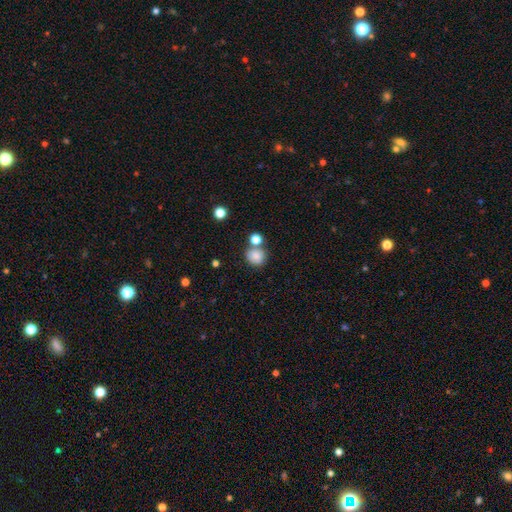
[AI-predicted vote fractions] The model was most divided on "merging": none: 64%, merger: 21%, minor disturbance: 11%, major disturbance: 4%. More confident: smooth or featured — smooth (82%); how rounded — round (81%).